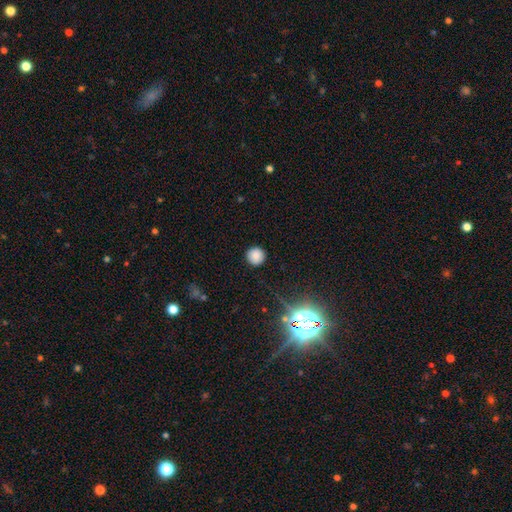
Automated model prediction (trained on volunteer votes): This appears to be a smooth galaxy with no disk features (81%) that is round (95%). Merging: none (91%).